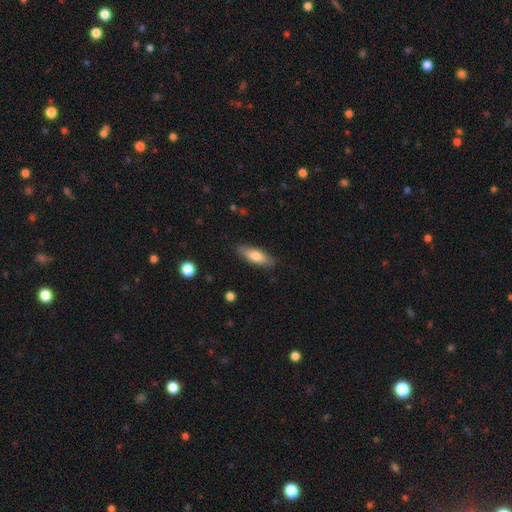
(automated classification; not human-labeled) Smooth or featured? Predicted: smooth (p=0.75). How rounded? Predicted: in between (p=0.61). Merging? Predicted: none (p=0.85).